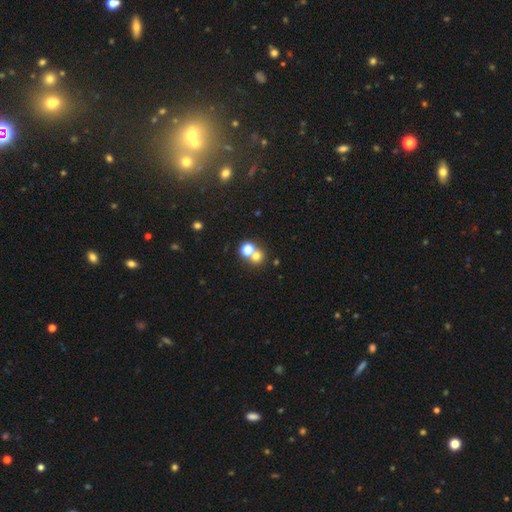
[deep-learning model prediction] This appears to be a smooth galaxy with no disk features (67%) that is round (84%). Merging: none (53%).